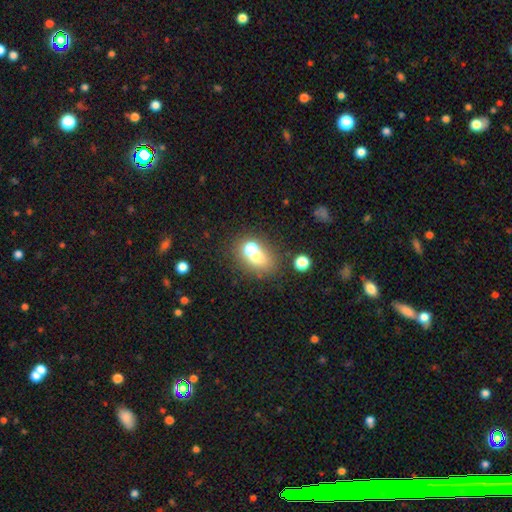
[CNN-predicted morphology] This appears to be a smooth galaxy with no disk features (64%) that is round (51%). Merging: merger (44%).